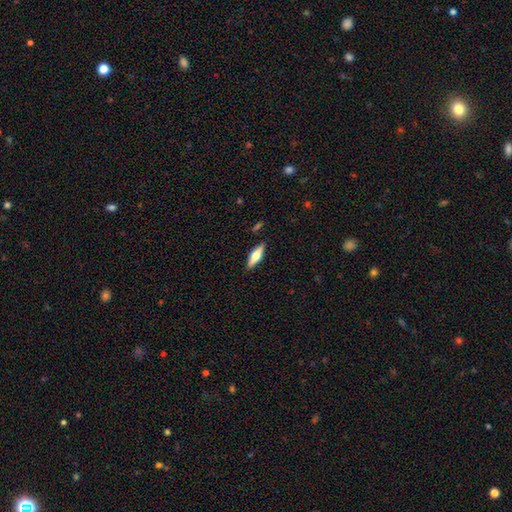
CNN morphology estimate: Smooth or featured? featured or disk (49%)
Merging? none (88%)